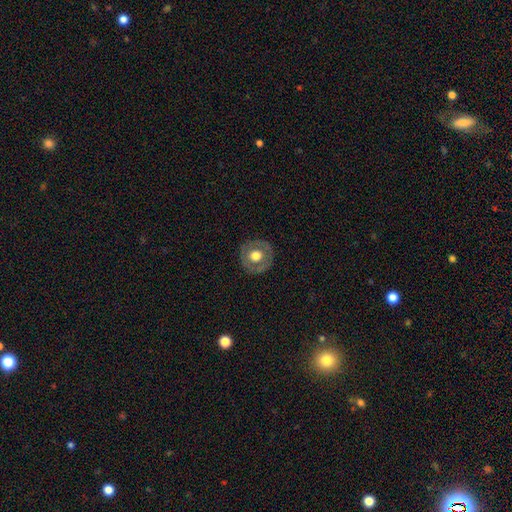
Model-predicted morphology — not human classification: This appears to be a smooth galaxy with no disk features (50%). Merging: none (85%).